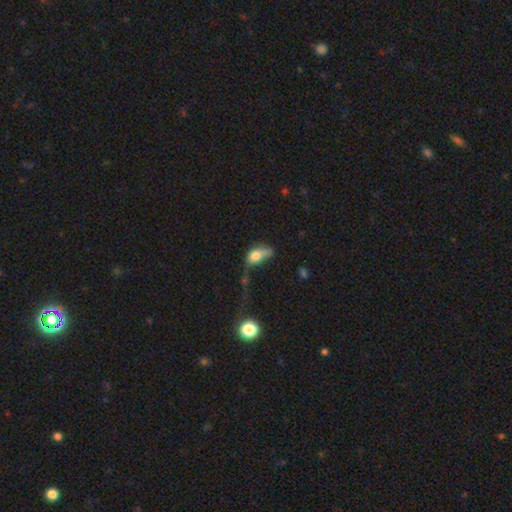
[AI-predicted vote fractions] This appears to be a smooth galaxy with no disk features (68%) that is in between round and cigar-shaped (80%). Merging: major disturbance (38%).